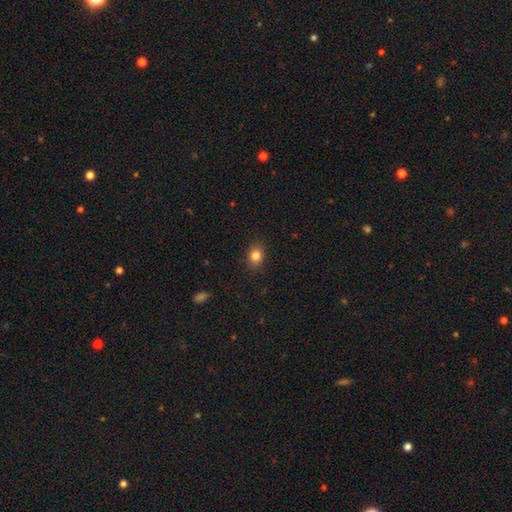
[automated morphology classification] type=smooth (83%); roundness=round (53%); merging=none (88%).